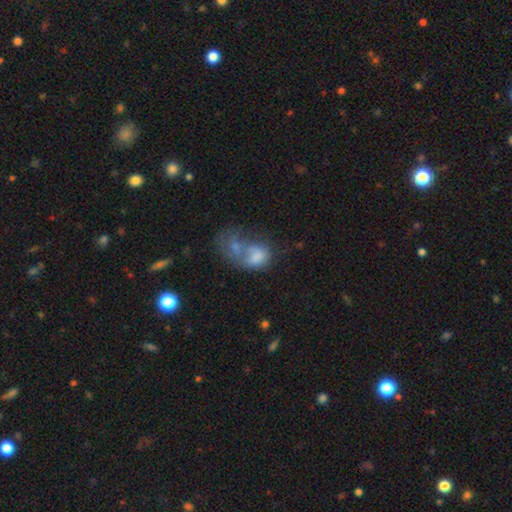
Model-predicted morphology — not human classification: This is likely a smooth galaxy (61%). How rounded: likely in between (72%). Merging: possibly merger (57%).